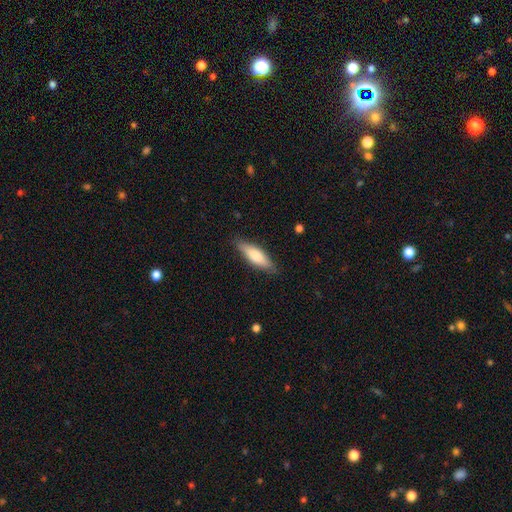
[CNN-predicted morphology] A smooth galaxy with no disk features (72%) that is cigar-shaped (49%, tied with in between). Merging: none (84%).